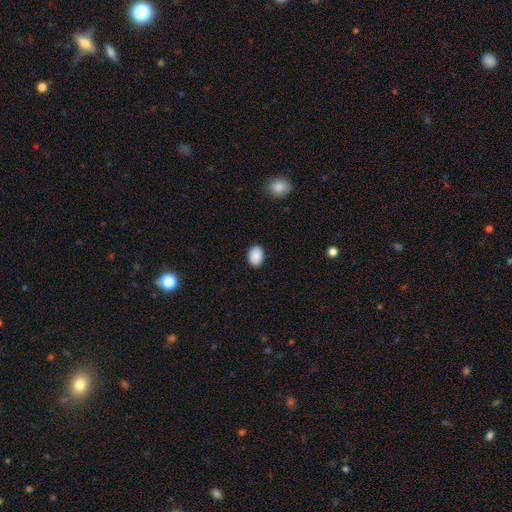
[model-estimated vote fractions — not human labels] Q: Smooth or featured?
A: smooth (90%); runner-up: star or artifact (7%)
Q: How rounded?
A: in between (74%); runner-up: round (26%)
Q: Merging?
A: none (88%); runner-up: minor disturbance (9%)